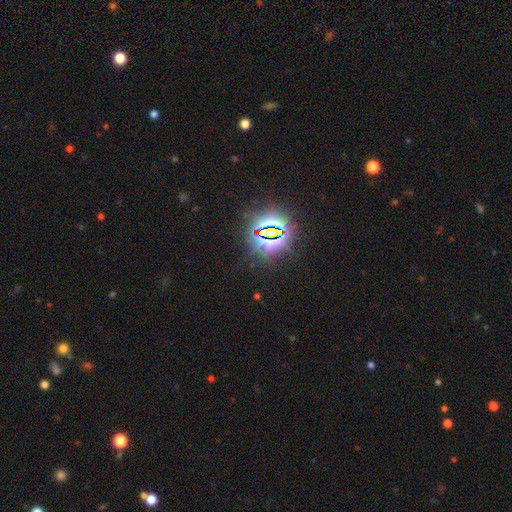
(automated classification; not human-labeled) Q: Smooth or featured?
A: star or artifact (84%); runner-up: smooth (10%)